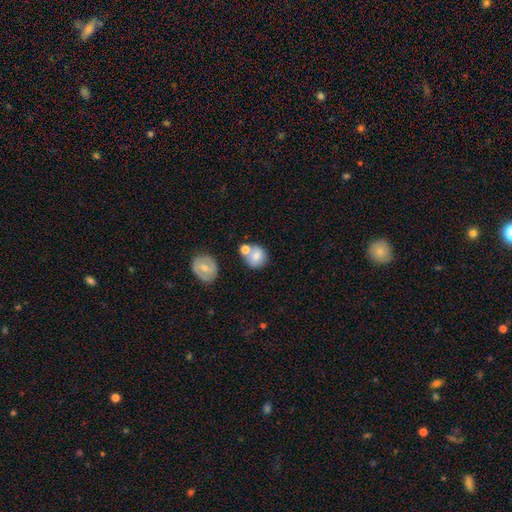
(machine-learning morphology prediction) smooth_or_featured: smooth (p=0.73) [alt: featured or disk p=0.19]
how_rounded: round (p=0.77) [alt: in between p=0.22]
merging: none (p=0.53) [alt: merger p=0.28]